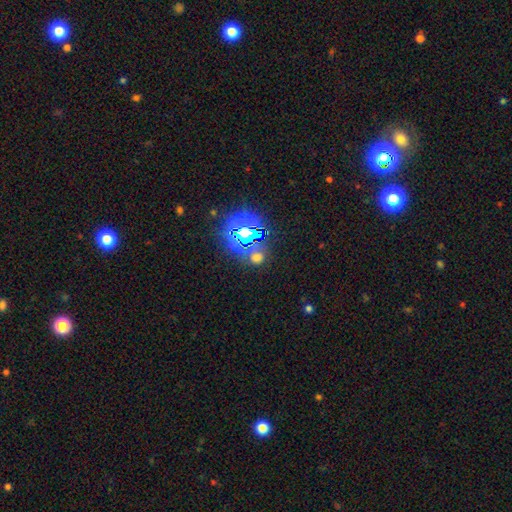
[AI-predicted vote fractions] A star or artifact, not a galaxy (73%).

Vote fractions:
- Smooth or featured? star or artifact: 73% / smooth: 19% / featured or disk: 8%